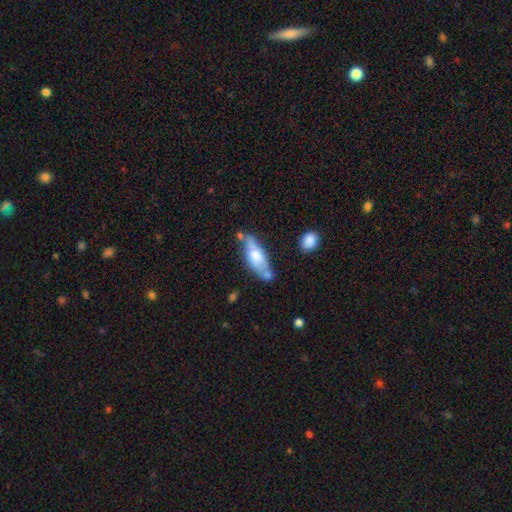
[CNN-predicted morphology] The model was most divided on "how rounded": in between: 56%, cigar-shaped: 42%, round: 2%. More confident: smooth or featured — smooth (63%); merging — none (51%).